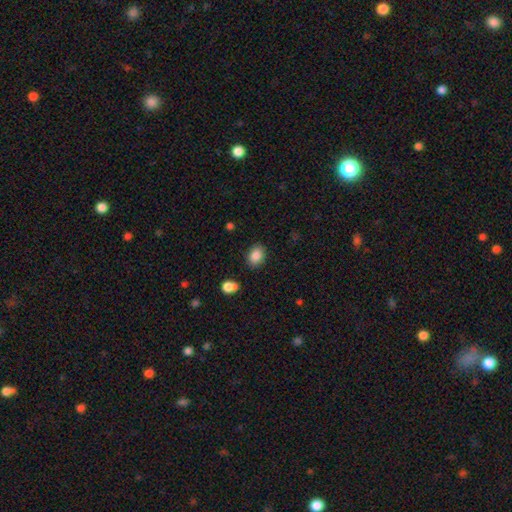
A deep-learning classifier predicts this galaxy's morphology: Overall: smooth (86%). How rounded: in between (68%; round 31%). Merging: none (84%).